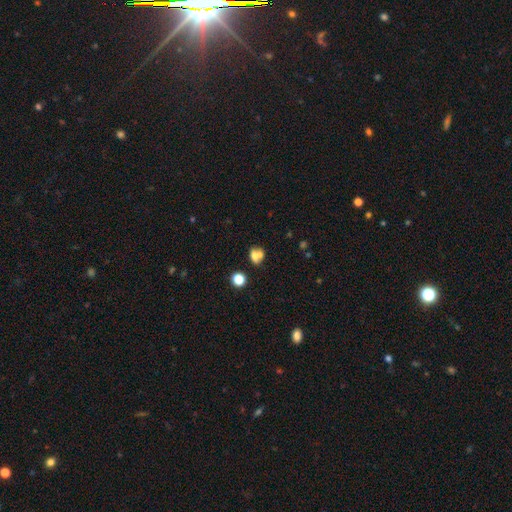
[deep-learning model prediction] A smooth galaxy with no disk features (64%) that is round (49%). Merging: merger (52%).